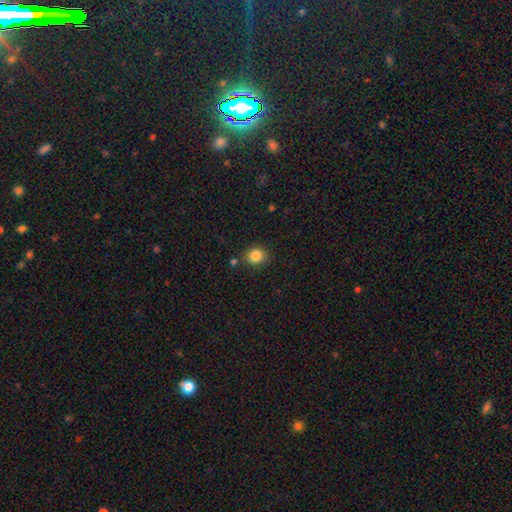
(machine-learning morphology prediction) This is clearly a smooth galaxy (85%). How rounded: likely round (77%). Merging: clearly none (83%).